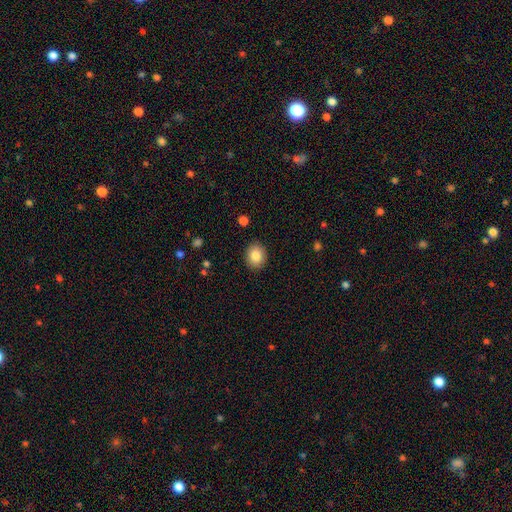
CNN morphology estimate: A smooth galaxy with no disk features (84%) that is round (58%). Merging: none (89%).